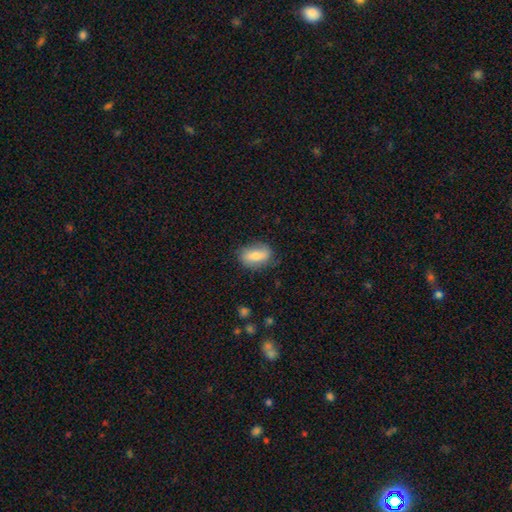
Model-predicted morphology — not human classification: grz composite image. It shows a smooth galaxy with no disk features (69%) that is in between round and cigar-shaped (84%). Merging: none (75%).